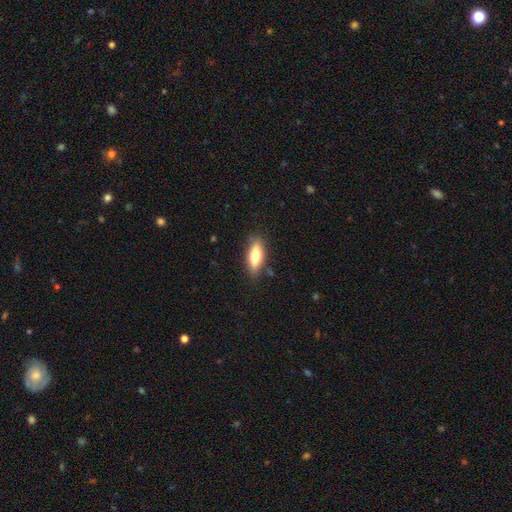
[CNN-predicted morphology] smooth_or_featured: smooth (p=0.72) [alt: featured or disk p=0.21]
how_rounded: in between (p=0.62) [alt: cigar-shaped p=0.35]
merging: none (p=0.83) [alt: minor disturbance p=0.13]